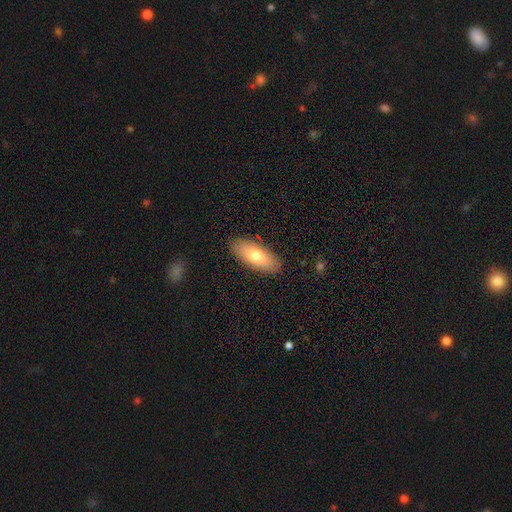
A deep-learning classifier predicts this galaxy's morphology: Smooth or featured? smooth (72%)
How rounded? in between (83%)
Merging? none (88%)